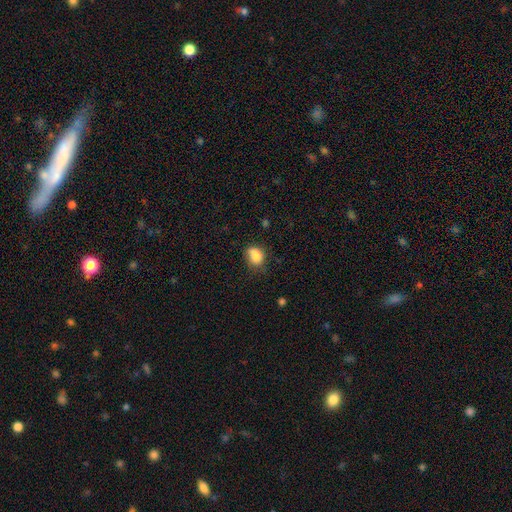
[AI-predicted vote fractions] smooth_or_featured: smooth (p=0.82) [alt: star or artifact p=0.09]
how_rounded: in between (p=0.50) [alt: round p=0.48]
merging: none (p=0.52) [alt: minor disturbance p=0.32]